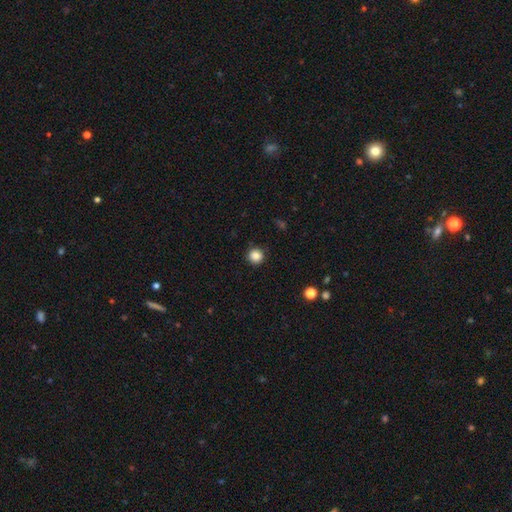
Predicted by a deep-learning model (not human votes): Smooth or featured?
  - smooth: 85% *
  - star or artifact: 11%
  - featured or disk: 4%
How rounded?
  - round: 95% *
  - in between: 4%
  - cigar-shaped: 1%
Merging?
  - none: 91% *
  - minor disturbance: 6%
  - major disturbance: 2%
  - merger: 1%